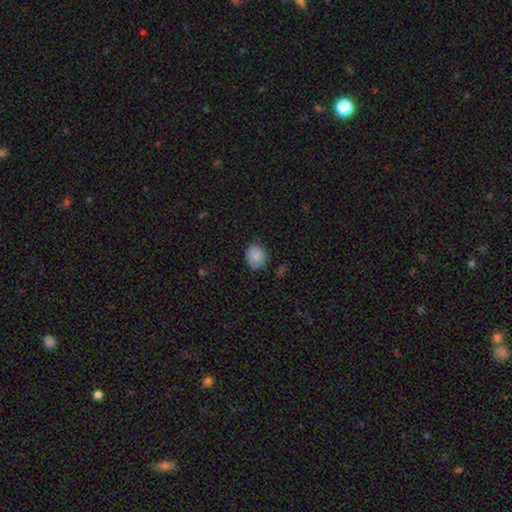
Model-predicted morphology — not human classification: Overall: smooth (87%). How rounded: round (71%). Merging: none (80%).